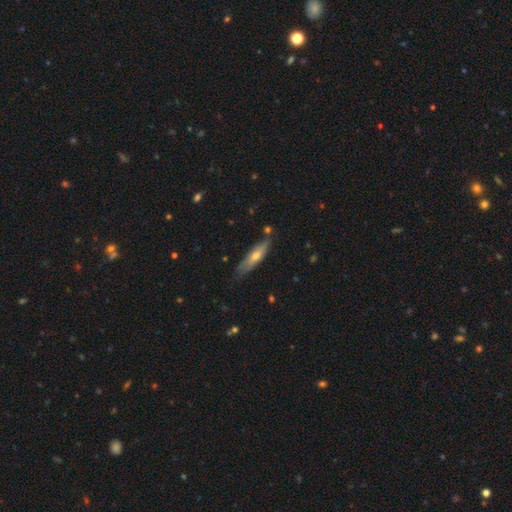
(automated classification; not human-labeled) Q: Smooth or featured?
A: smooth (48%); runner-up: featured or disk (47%)
Q: Merging?
A: none (75%); runner-up: minor disturbance (19%)